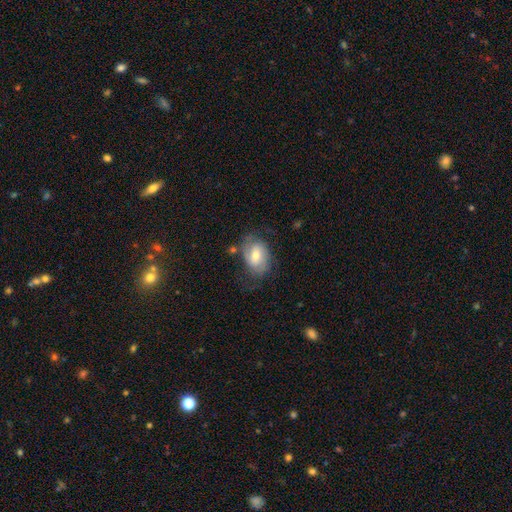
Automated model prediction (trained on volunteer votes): Q: Smooth or featured?
A: featured or disk (48%); runner-up: smooth (45%)
Q: Merging?
A: none (56%); runner-up: minor disturbance (25%)